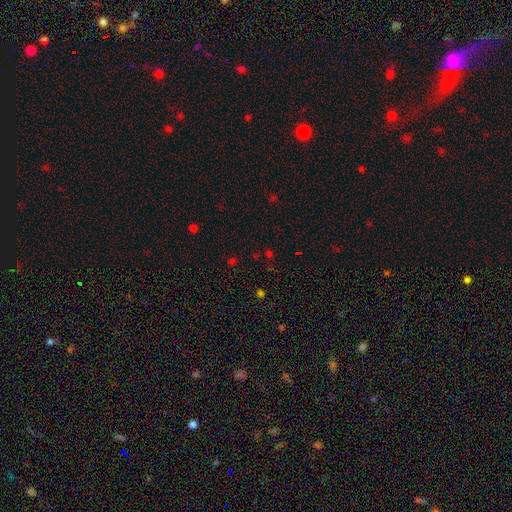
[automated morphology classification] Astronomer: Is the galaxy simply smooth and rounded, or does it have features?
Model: star or artifact — 55% (runner-up: smooth, 38%).